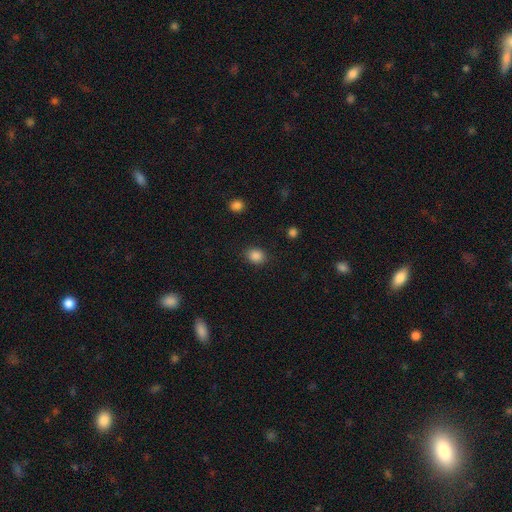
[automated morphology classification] The model was most divided on "how rounded": round: 63%, in between: 37%, cigar-shaped: 1%. More confident: merging — none (88%); smooth or featured — smooth (87%).